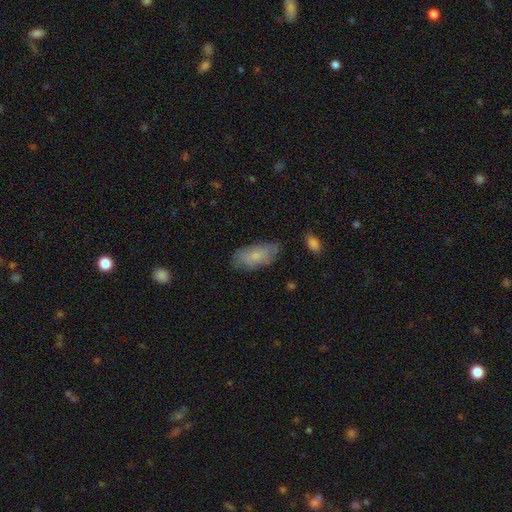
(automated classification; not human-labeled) This is likely a smooth galaxy (72%). How rounded: clearly in between (90%). Merging: likely none (72%).